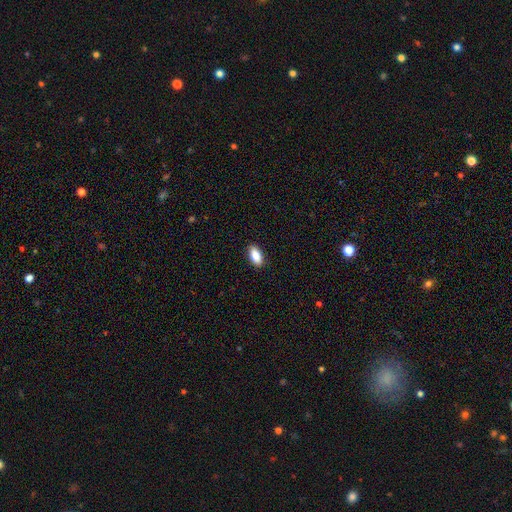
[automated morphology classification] Smooth or featured: smooth — 83% (featured or disk — 11%)
How rounded: in between — 89% (cigar-shaped — 8%)
Merging: none — 89% (minor disturbance — 8%)